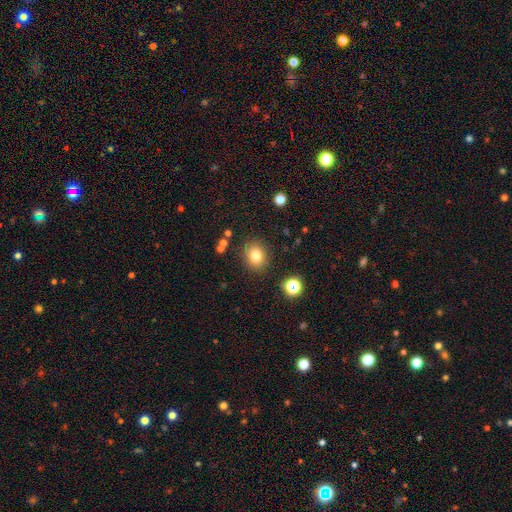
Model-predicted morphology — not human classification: This appears to be a smooth galaxy with no disk features (80%) that is round (65%). Merging: none (85%).